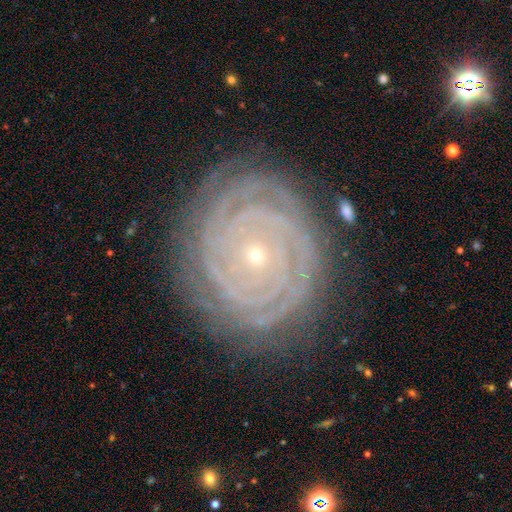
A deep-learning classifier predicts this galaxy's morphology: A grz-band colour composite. It shows a featured or disk galaxy (90%) with no bar (80%), 2 (24%) tight (92%) spiral arms (98%) and a small central bulge (81%). Merging: none (85%).